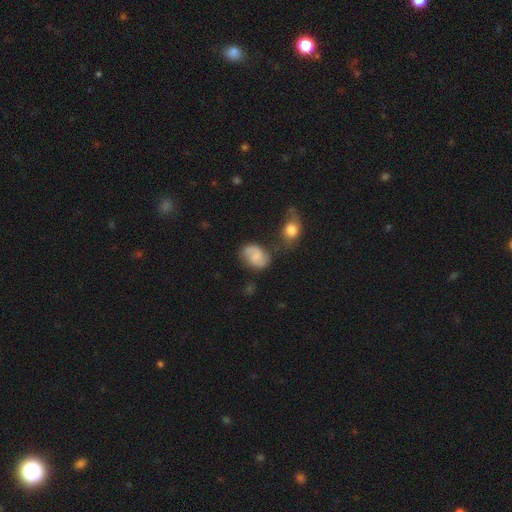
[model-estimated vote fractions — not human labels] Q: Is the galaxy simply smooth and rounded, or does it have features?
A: featured or disk — 54%.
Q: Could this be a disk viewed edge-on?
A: no — 97%.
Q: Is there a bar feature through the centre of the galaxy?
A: no — 53%.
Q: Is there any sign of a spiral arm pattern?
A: yes — 89%.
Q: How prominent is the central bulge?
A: none — 46%.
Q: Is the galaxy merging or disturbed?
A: none — 62%.